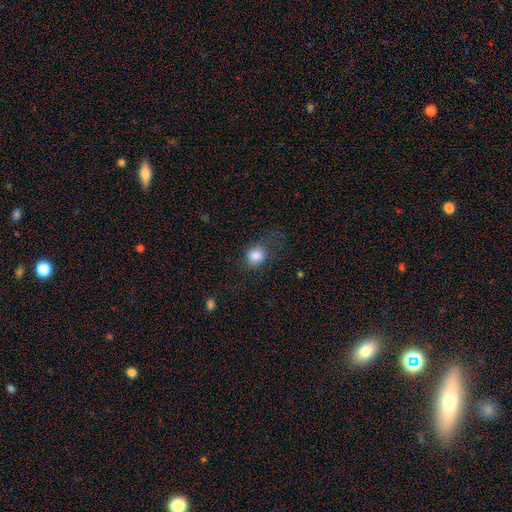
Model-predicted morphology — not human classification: Smooth or featured?
  - smooth: 83% *
  - star or artifact: 10%
  - featured or disk: 7%
How rounded?
  - round: 70% *
  - in between: 29%
  - cigar-shaped: 1%
Merging?
  - none: 58% *
  - minor disturbance: 23%
  - major disturbance: 17%
  - merger: 2%